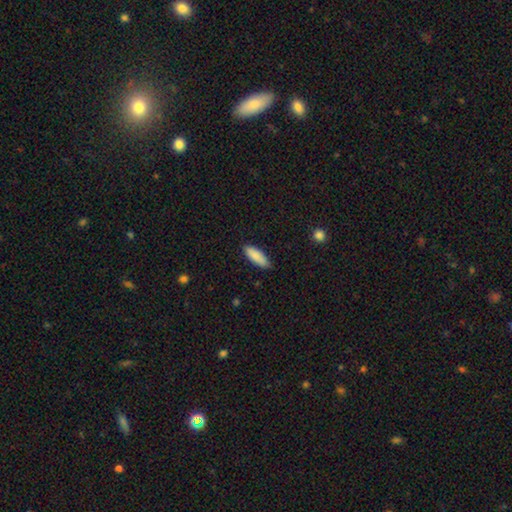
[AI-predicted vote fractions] smooth_or_featured: smooth (p=0.87) [alt: featured or disk p=0.07]
how_rounded: in between (p=0.63) [alt: cigar-shaped p=0.36]
merging: none (p=0.83) [alt: minor disturbance p=0.13]